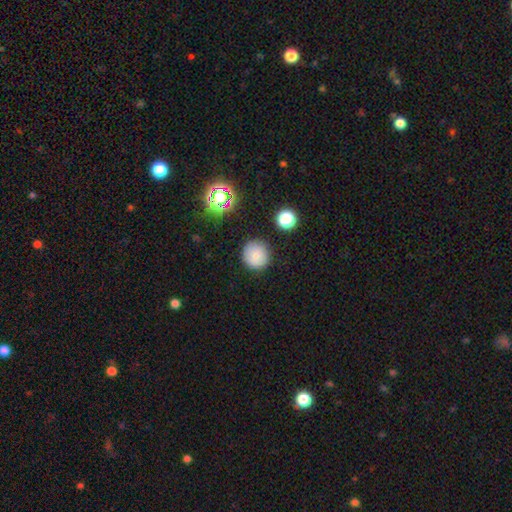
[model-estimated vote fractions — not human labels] Smooth or featured? smooth (78%)
How rounded? round (94%)
Merging? none (88%)